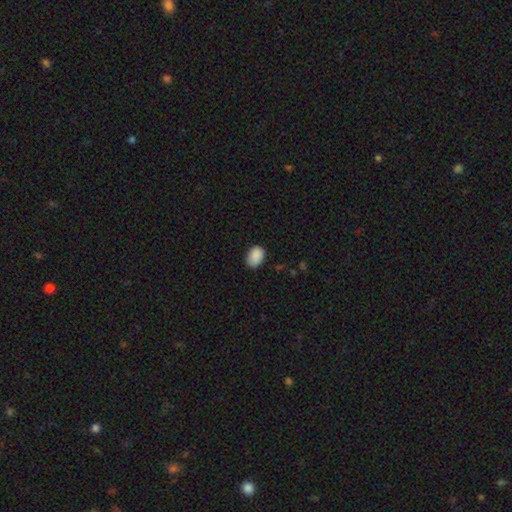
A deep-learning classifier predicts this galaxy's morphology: This is clearly a smooth galaxy (90%). How rounded: likely in between (80%). Merging: clearly none (81%).